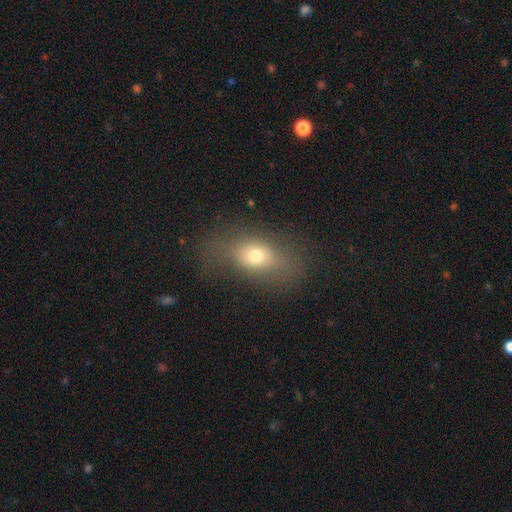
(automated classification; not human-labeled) This is likely a smooth galaxy (66%). How rounded: likely in between (71%). Merging: likely none (65%).